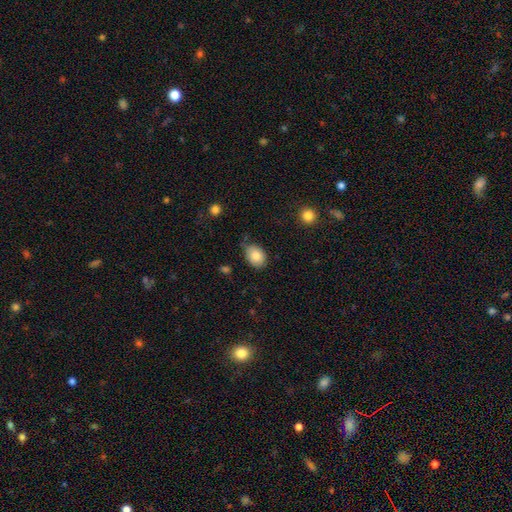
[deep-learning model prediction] A smooth galaxy with no disk features (86%) that is in between round and cigar-shaped (75%). Merging: none (70%).